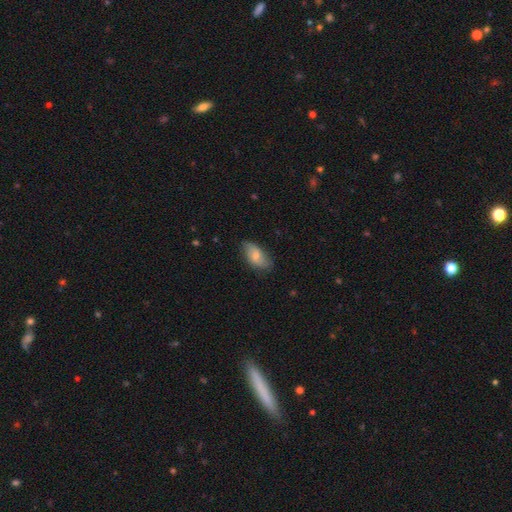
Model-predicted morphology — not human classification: The model was most divided on "smooth or featured": smooth: 66%, featured or disk: 28%, star or artifact: 6%. More confident: how rounded — in between (92%); merging — none (72%).